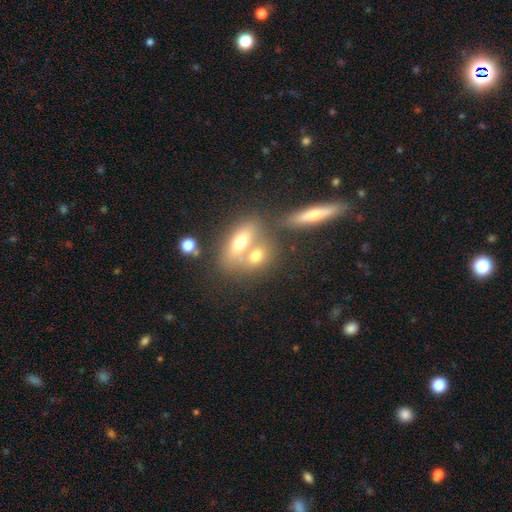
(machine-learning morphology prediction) Smooth or featured? Predicted: smooth (p=0.64). How rounded? Predicted: in between (p=0.64). Merging? Predicted: merger (p=0.54).